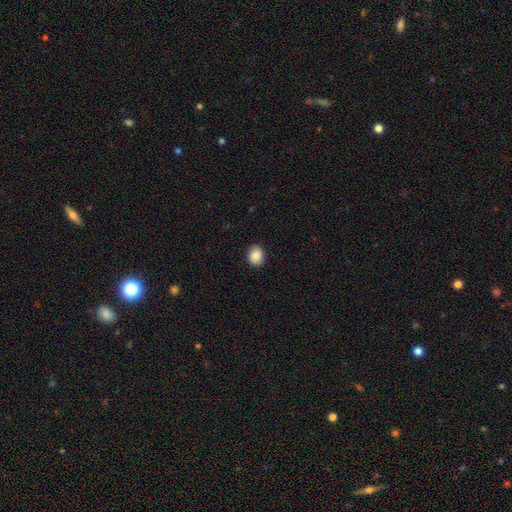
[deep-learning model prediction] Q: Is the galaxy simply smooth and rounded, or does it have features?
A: smooth — 88%.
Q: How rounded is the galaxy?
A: in between — 51%.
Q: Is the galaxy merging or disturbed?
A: none — 88%.